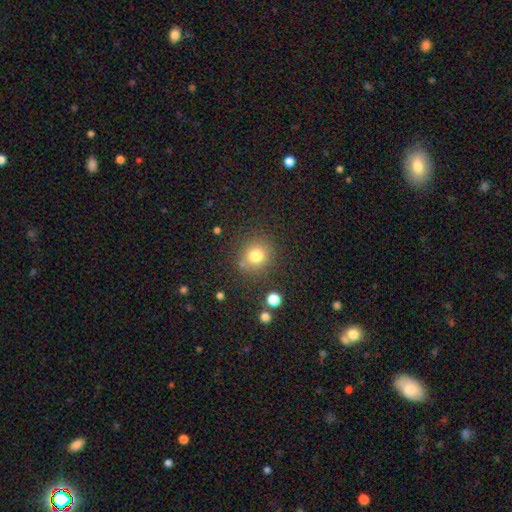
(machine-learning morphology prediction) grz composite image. It shows a smooth galaxy with no disk features (78%) that is round (89%). Merging: none (80%).